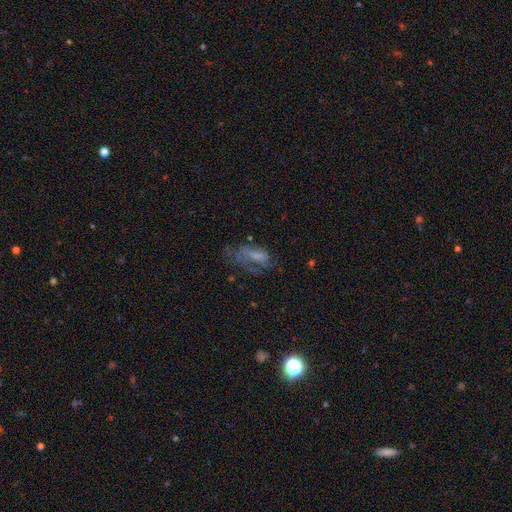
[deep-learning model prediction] Overall: featured or disk (44%; smooth 42%). Merging: major disturbance (43%; none 31%).